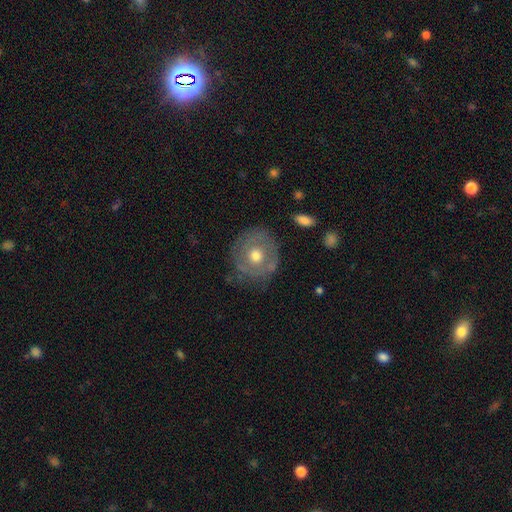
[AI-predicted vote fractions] Smooth or featured? smooth (47%)
Merging? none (76%)